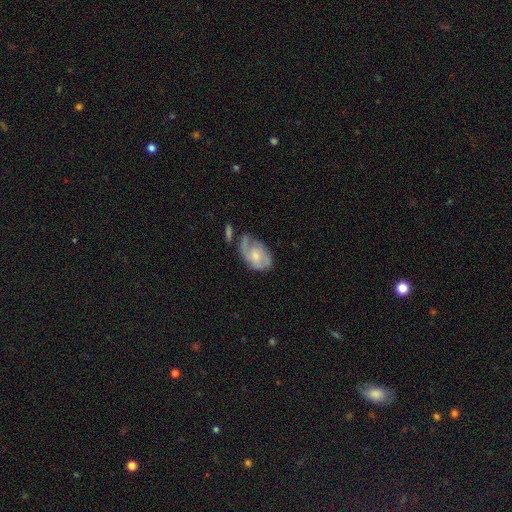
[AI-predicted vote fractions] This is likely a featured or disk galaxy (61%). It is clearly not viewed edge-on (96%). Bar: likely no (70%). Spiral arm pattern: clearly yes (80%). Central bulge: possibly small (47%). Merging: marginally none (42%).